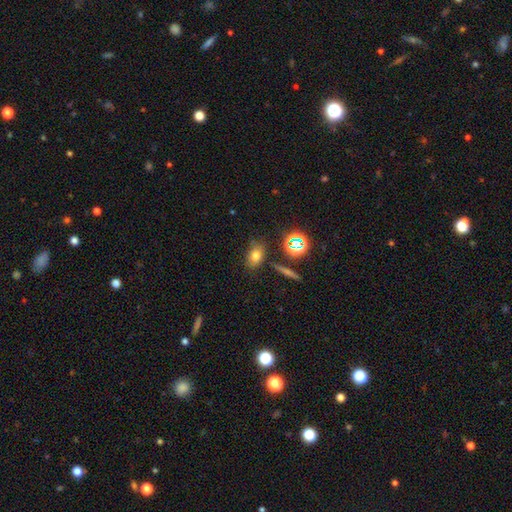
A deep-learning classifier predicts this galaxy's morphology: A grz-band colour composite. It shows a smooth galaxy with no disk features (70%) that is in between round and cigar-shaped (72%). Merging: none (74%).